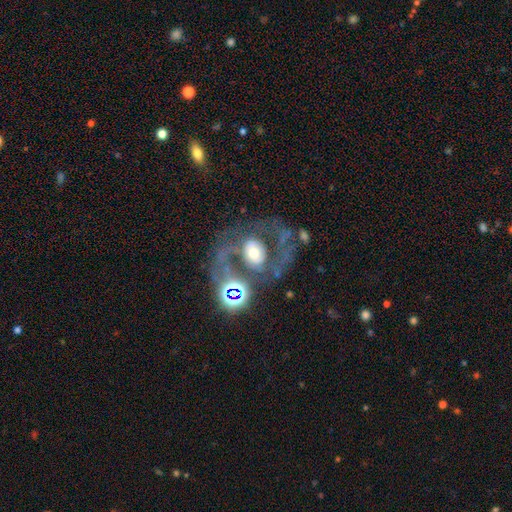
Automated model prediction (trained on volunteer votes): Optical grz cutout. It shows a featured or disk galaxy (71%) with no bar (59%), 2 (83%) medium (49%) spiral arms (76%) and a moderate central bulge (51%). Merging: none (54%).